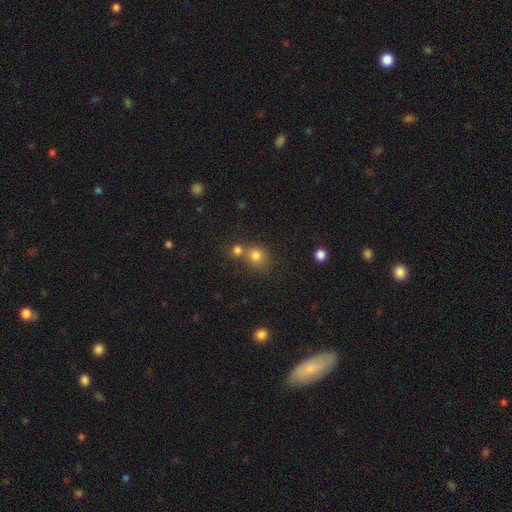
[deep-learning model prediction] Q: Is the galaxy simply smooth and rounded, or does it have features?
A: smooth — 78%.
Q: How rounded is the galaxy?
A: round — 79%.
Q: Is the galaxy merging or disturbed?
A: none — 49%.